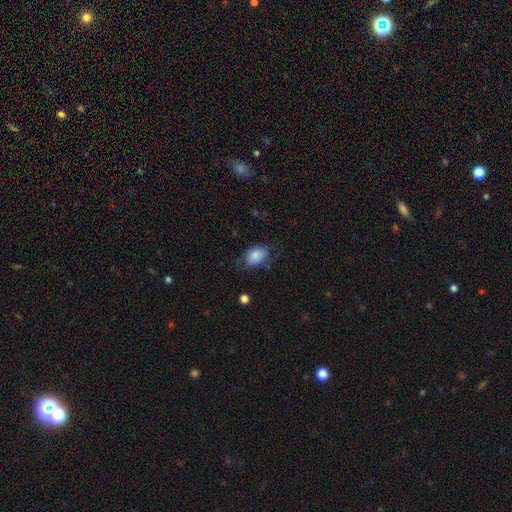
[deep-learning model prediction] A smooth galaxy with no disk features (84%) that is in between round and cigar-shaped (85%).

Vote fractions:
- Smooth or featured? smooth: 84% / featured or disk: 8% / star or artifact: 7%
- How rounded? in between: 85% / round: 14% / cigar-shaped: 1%
- Merging? none: 66% / minor disturbance: 25% / major disturbance: 8% / merger: 2%